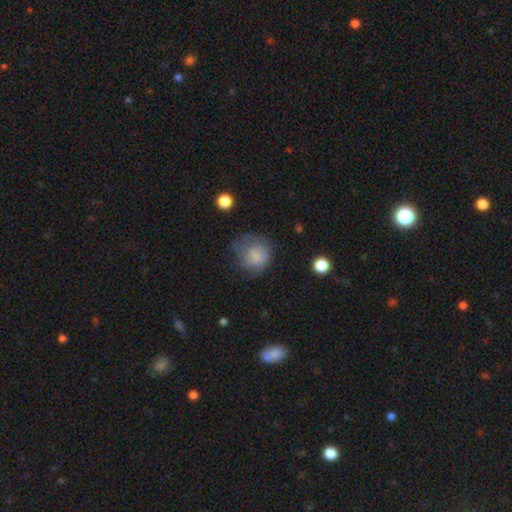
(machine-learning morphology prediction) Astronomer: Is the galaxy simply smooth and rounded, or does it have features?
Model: smooth — 70%.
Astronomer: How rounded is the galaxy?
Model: round — 76%.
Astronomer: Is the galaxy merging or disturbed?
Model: none — 42% (runner-up: minor disturbance, 31%).